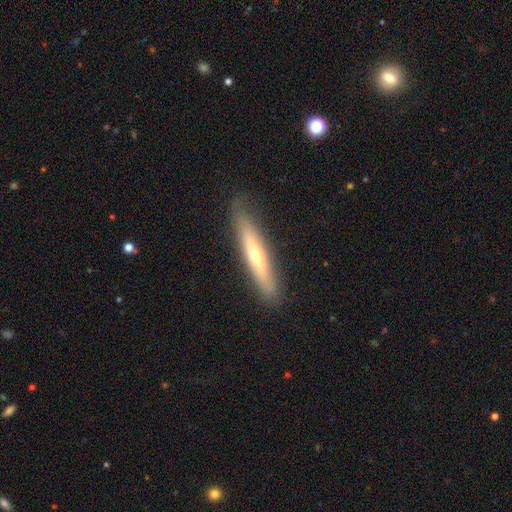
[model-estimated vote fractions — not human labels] smooth_or_featured: featured or disk (p=0.55) [alt: smooth p=0.39]
disk_edge_on: yes (p=0.87) [alt: no p=0.13]
merging: none (p=0.85) [alt: minor disturbance p=0.11]